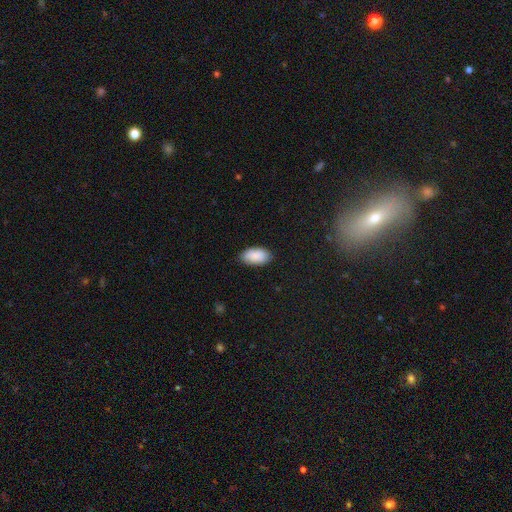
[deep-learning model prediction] A smooth galaxy with no disk features (89%) that is in between round and cigar-shaped (95%).

Vote fractions:
- Smooth or featured? smooth: 89% / star or artifact: 6% / featured or disk: 5%
- How rounded? in between: 95% / round: 3% / cigar-shaped: 2%
- Merging? none: 83% / minor disturbance: 13% / major disturbance: 2% / merger: 1%